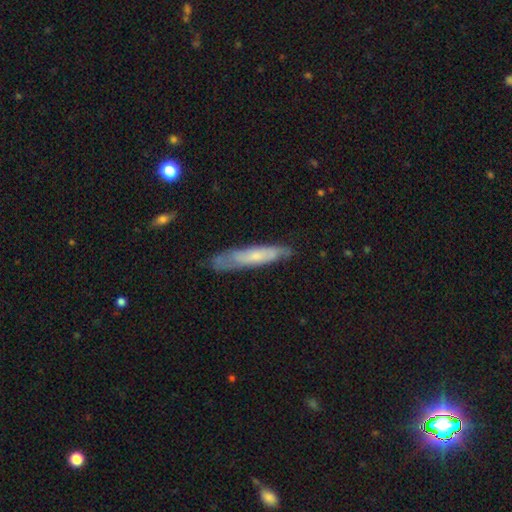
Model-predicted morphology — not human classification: A featured or disk galaxy (49%).

Vote fractions:
- Smooth or featured? featured or disk: 49% / smooth: 45% / star or artifact: 6%
- Merging? none: 71% / minor disturbance: 21% / major disturbance: 5% / merger: 2%